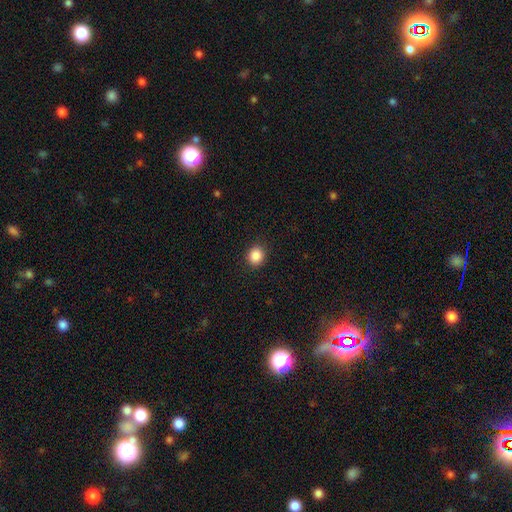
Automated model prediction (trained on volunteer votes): Smooth or featured: smooth — 88% (star or artifact — 9%)
How rounded: round — 78% (in between — 21%)
Merging: none — 90% (minor disturbance — 7%)